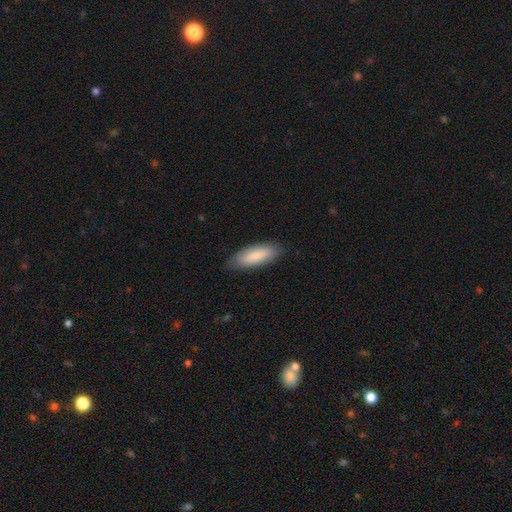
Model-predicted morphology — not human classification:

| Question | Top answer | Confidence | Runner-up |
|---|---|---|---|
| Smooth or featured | smooth | 82% | featured or disk (12%) |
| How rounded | in between | 65% | cigar-shaped (34%) |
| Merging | none | 84% | minor disturbance (13%) |